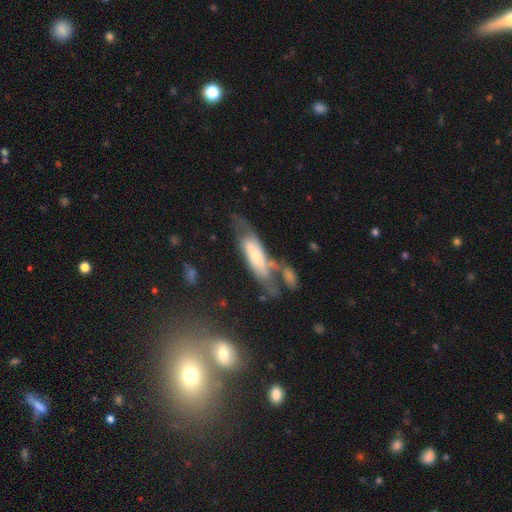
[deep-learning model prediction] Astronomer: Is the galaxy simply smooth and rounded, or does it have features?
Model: featured or disk — 59% (runner-up: smooth, 34%).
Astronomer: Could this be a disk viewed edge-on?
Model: no — 72%.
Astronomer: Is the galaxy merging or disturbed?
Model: none — 38% (runner-up: major disturbance, 21%).